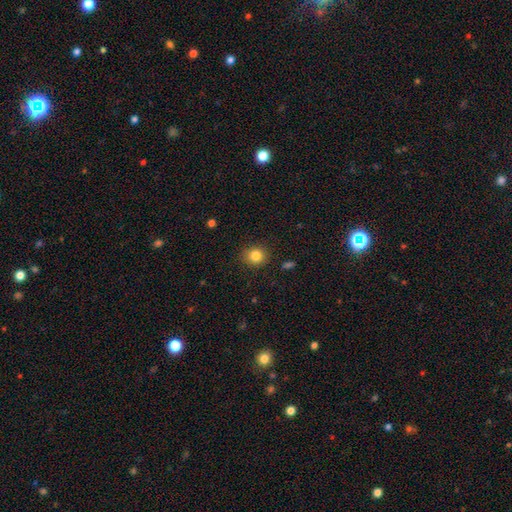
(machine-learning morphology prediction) A smooth galaxy with no disk features (83%) that is round (79%). Merging: none (88%).